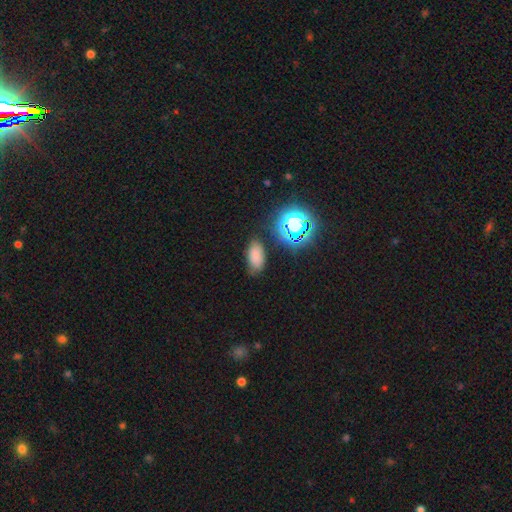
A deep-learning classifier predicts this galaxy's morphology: A smooth galaxy with no disk features (73%) that is in between round and cigar-shaped (90%).

Vote fractions:
- Smooth or featured? smooth: 73% / star or artifact: 20% / featured or disk: 7%
- How rounded? in between: 90% / round: 6% / cigar-shaped: 4%
- Merging? none: 79% / minor disturbance: 14% / major disturbance: 4% / merger: 3%